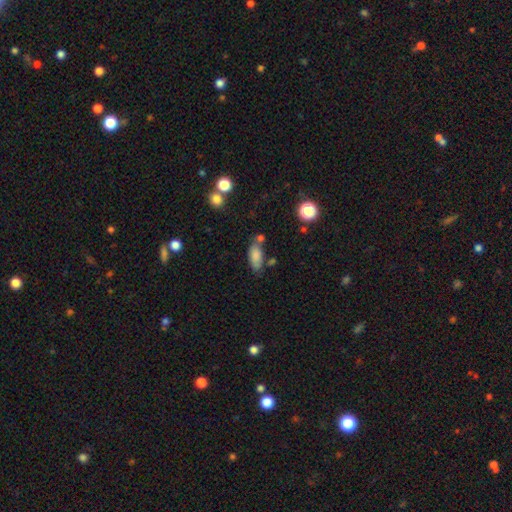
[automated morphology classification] smooth_or_featured: smooth (p=0.81) [alt: featured or disk p=0.10]
how_rounded: in between (p=0.86) [alt: cigar-shaped p=0.11]
merging: none (p=0.57) [alt: minor disturbance p=0.20]